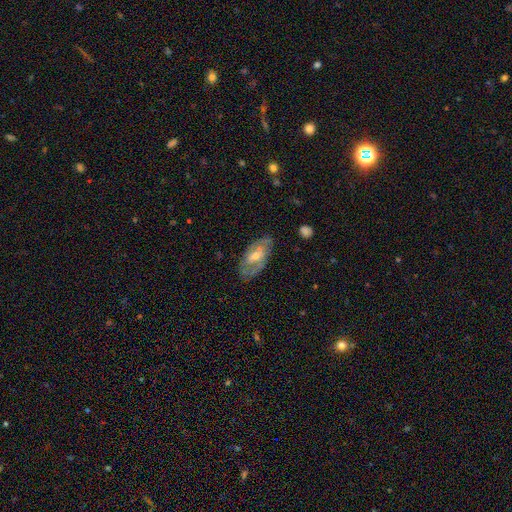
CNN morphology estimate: Smooth or featured?
  - featured or disk: 69% *
  - smooth: 25%
  - star or artifact: 6%
Edge-on disk?
  - no: 91% *
  - yes: 9%
Bar?
  - weak: 46% *
  - no: 33%
  - strong: 21%
Spiral arms?
  - yes: 77% *
  - no: 23%
Bulge size?
  - moderate: 56% *
  - small: 38%
  - large: 4%
  - none: 2%
  - dominant: 1%
Merging?
  - none: 74% *
  - minor disturbance: 19%
  - major disturbance: 6%
  - merger: 1%